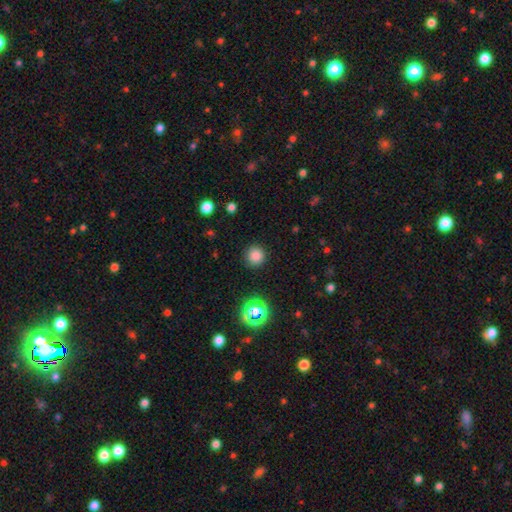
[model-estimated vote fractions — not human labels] This is clearly a smooth galaxy (82%). How rounded: clearly round (94%). Merging: clearly none (90%).